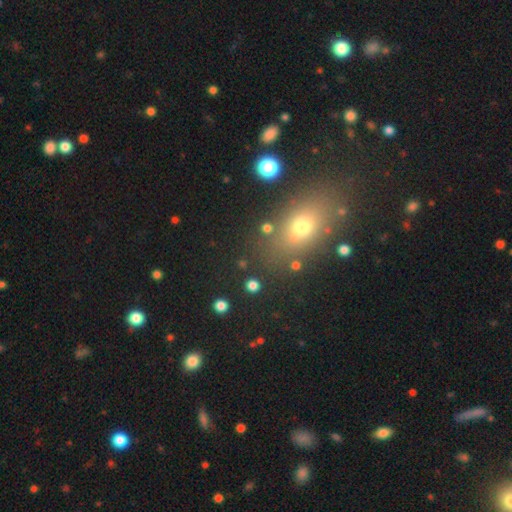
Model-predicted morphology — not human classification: This is possibly a smooth galaxy (57%). How rounded: likely in between (68%). Merging: clearly none (82%).